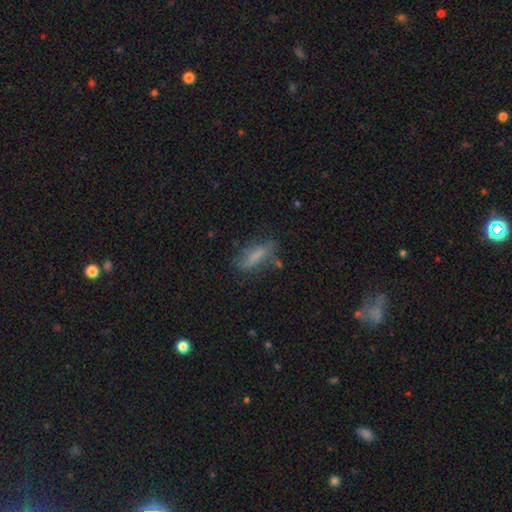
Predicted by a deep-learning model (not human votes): This is likely a smooth galaxy (64%). How rounded: possibly cigar-shaped (57%). Merging: possibly none (59%).